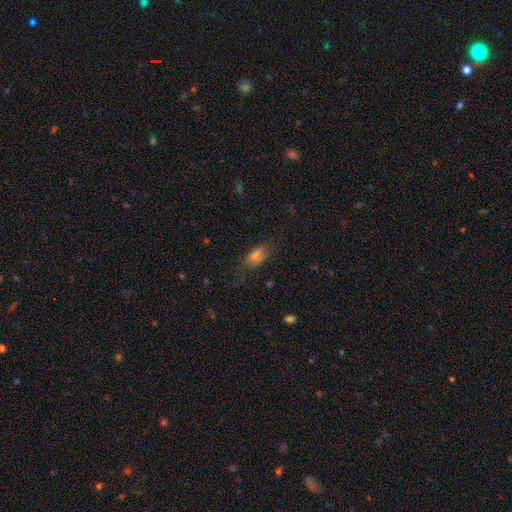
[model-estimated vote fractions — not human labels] Smooth or featured? smooth (63%)
How rounded? in between (74%)
Merging? none (60%)